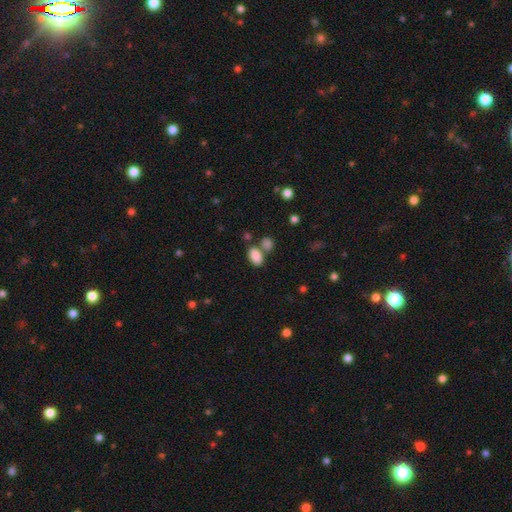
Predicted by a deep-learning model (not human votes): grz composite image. It shows a smooth galaxy with no disk features (86%) that is in between round and cigar-shaped (91%). Merging: none (53%).